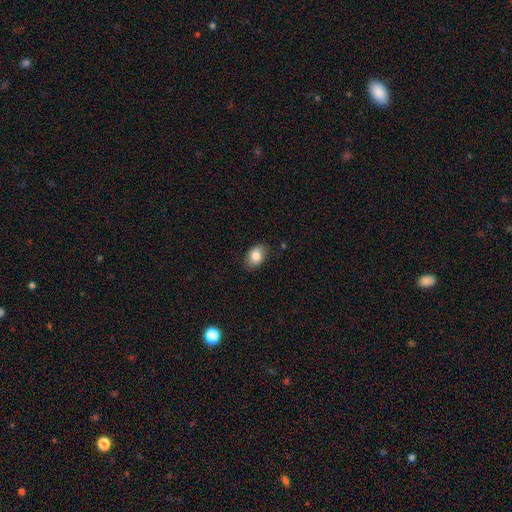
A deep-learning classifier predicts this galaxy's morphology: Smooth or featured: smooth — 84% (featured or disk — 8%)
How rounded: in between — 78% (round — 21%)
Merging: none — 82% (minor disturbance — 14%)